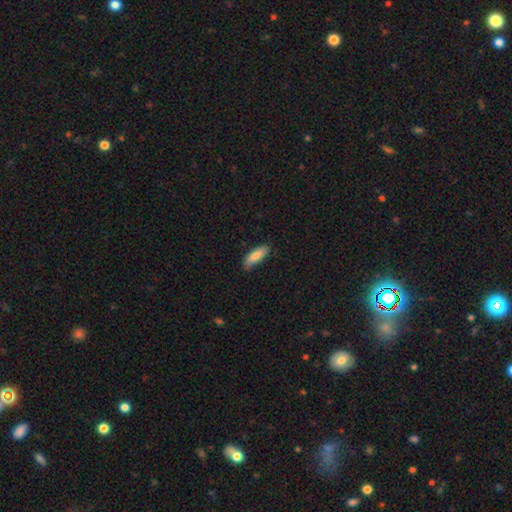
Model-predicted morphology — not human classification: A smooth galaxy with no disk features (83%) that is in between round and cigar-shaped (60%). Merging: none (73%).